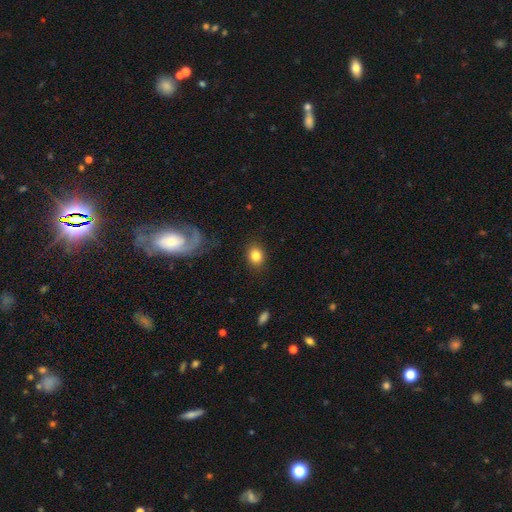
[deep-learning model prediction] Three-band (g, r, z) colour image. It shows a smooth galaxy with no disk features (83%) that is round (56%). Merging: none (86%).